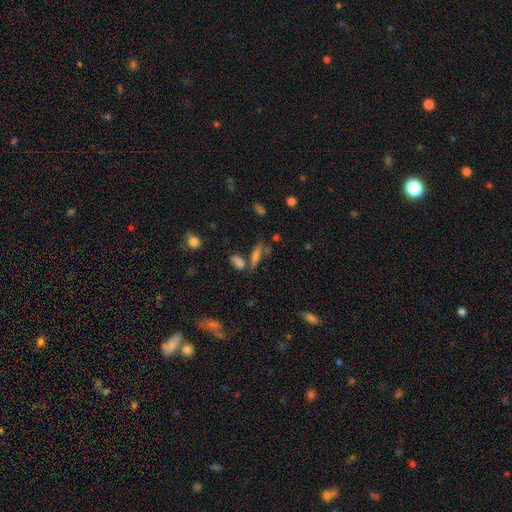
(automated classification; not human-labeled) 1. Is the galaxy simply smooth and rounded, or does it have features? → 55% smooth, 29% featured or disk, 16% star or artifact.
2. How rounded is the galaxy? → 66% cigar-shaped, 29% in between, 5% round.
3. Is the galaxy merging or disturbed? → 60% none, 20% merger, 14% minor disturbance, 6% major disturbance.